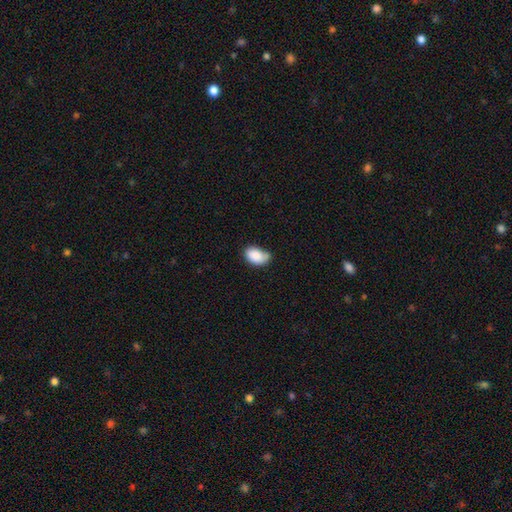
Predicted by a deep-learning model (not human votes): smooth 86%, star or artifact 7%, featured or disk 6%. Down the decision tree: how rounded — in between (87%); merging — none (52%).